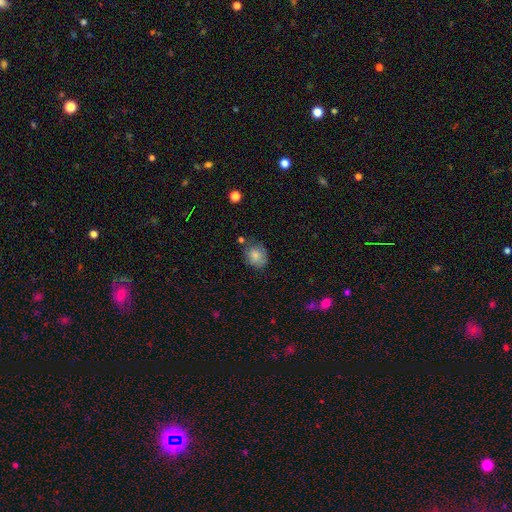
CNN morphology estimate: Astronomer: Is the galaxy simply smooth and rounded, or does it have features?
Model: smooth — 81%.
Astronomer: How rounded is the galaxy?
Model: round — 61% (runner-up: in between, 38%).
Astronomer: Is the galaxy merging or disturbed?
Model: none — 65%.